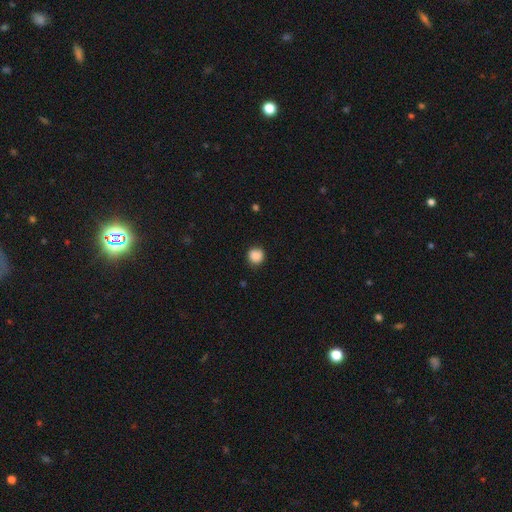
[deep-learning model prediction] A smooth galaxy with no disk features (88%) that is round (91%). Merging: none (85%).